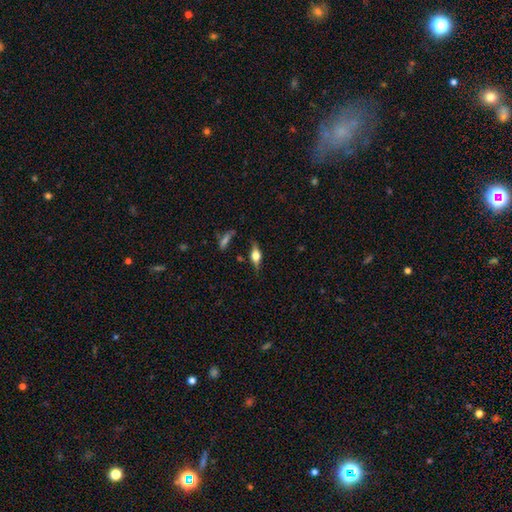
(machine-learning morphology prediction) A featured or disk galaxy (56%) viewed edge-on (92%) with a rounded central bulge (92%). Merging: none (75%).